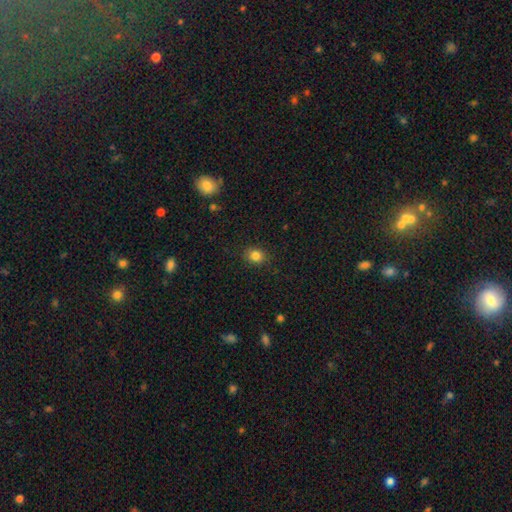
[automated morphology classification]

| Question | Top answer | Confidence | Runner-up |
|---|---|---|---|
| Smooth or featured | smooth | 83% | star or artifact (12%) |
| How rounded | round | 64% | in between (35%) |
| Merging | none | 88% | minor disturbance (9%) |